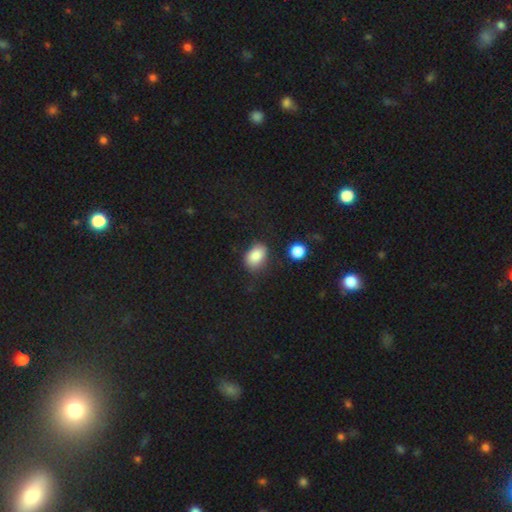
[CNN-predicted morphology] Smooth or featured? smooth (84%)
How rounded? in between (79%)
Merging? none (71%)